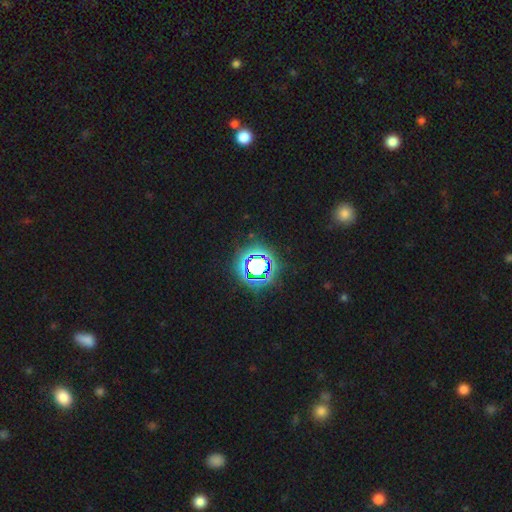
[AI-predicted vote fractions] smooth_or_featured: star or artifact (p=0.77) [alt: smooth p=0.15]